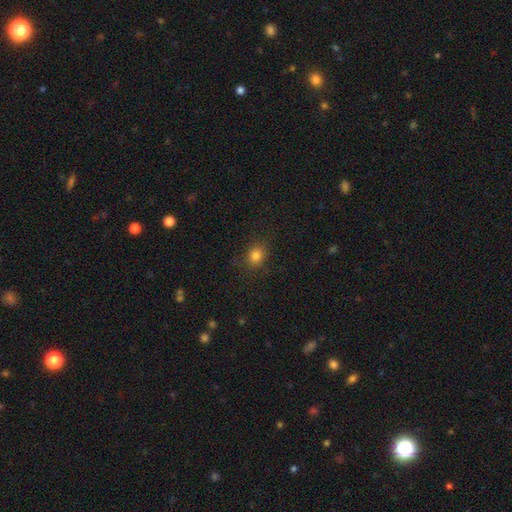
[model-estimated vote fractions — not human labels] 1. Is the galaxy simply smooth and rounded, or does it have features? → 81% smooth, 13% star or artifact, 6% featured or disk.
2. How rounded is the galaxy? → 65% round, 33% in between, 1% cigar-shaped.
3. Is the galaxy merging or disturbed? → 82% none, 12% minor disturbance, 4% major disturbance, 1% merger.